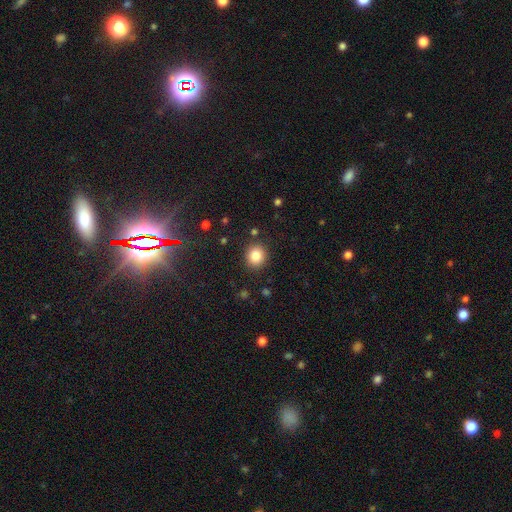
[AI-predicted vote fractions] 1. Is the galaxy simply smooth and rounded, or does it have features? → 84% smooth, 10% star or artifact, 6% featured or disk.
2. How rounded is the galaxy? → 82% round, 17% in between, 1% cigar-shaped.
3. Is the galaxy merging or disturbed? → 88% none, 7% minor disturbance, 3% major disturbance, 2% merger.